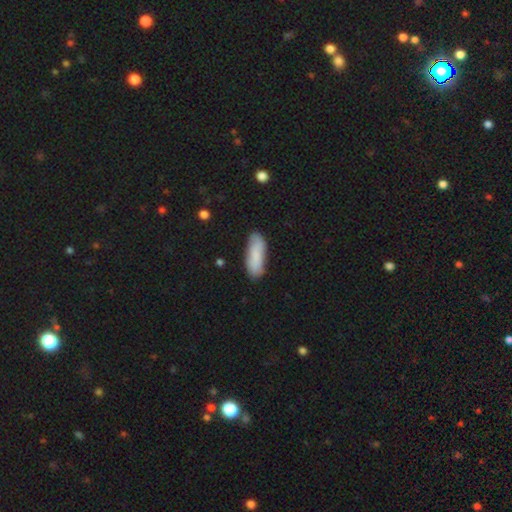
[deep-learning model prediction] This is clearly a smooth galaxy (82%). How rounded: likely in between (66%). Merging: likely none (80%).